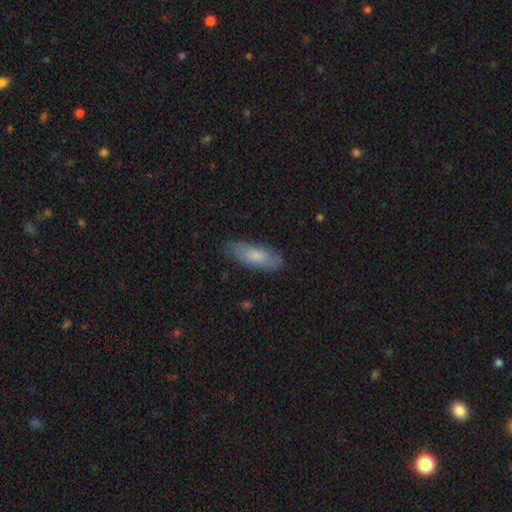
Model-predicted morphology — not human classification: Smooth or featured: smooth — 74% (featured or disk — 21%)
How rounded: in between — 62% (cigar-shaped — 36%)
Merging: none — 81% (minor disturbance — 15%)